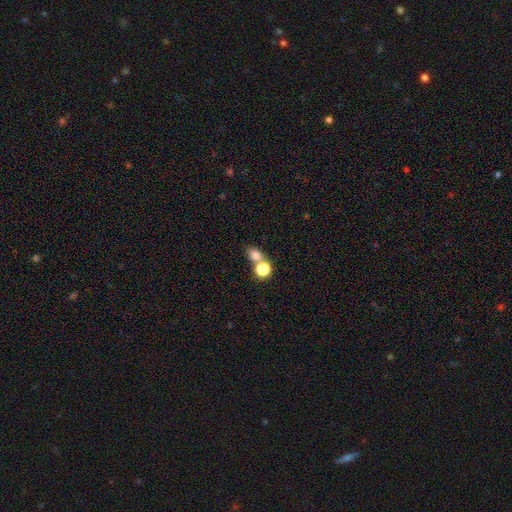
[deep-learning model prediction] smooth_or_featured: smooth (p=0.75) [alt: star or artifact p=0.16]
how_rounded: round (p=0.53) [alt: in between p=0.46]
merging: none (p=0.47) [alt: merger p=0.41]